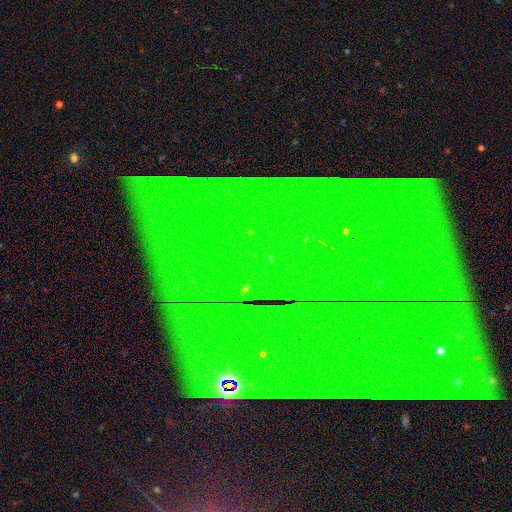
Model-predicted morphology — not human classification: type=star or artifact (83%).